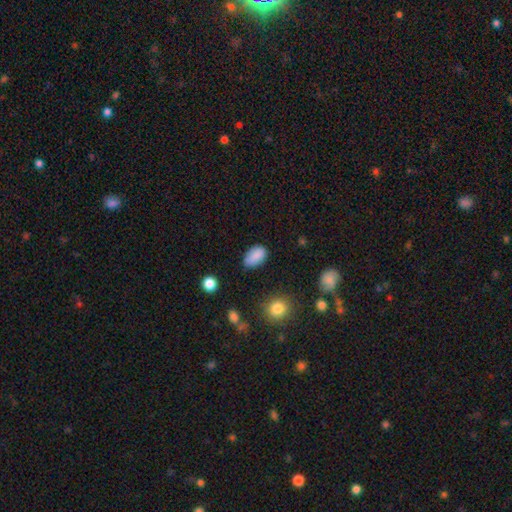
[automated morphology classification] smooth_or_featured: smooth (p=0.85) [alt: star or artifact p=0.09]
how_rounded: in between (p=0.91) [alt: round p=0.07]
merging: none (p=0.69) [alt: minor disturbance p=0.24]